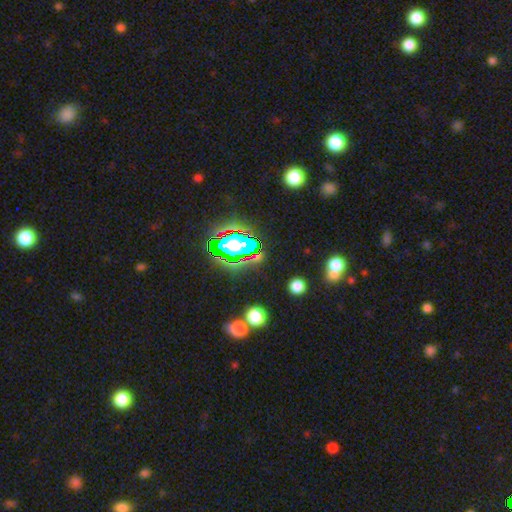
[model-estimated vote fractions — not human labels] This appears to be a star or artifact, not a galaxy (59%).